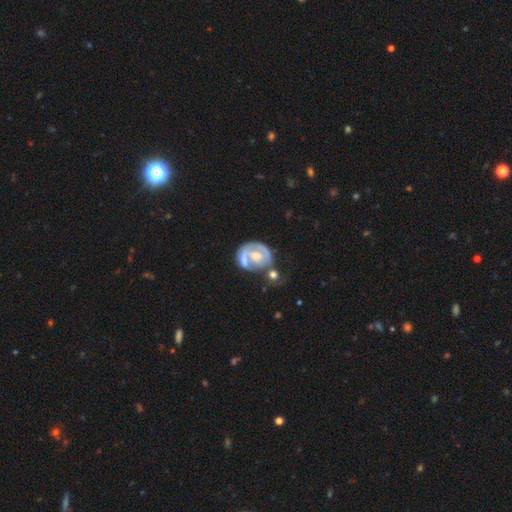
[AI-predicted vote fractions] Morphology: type=featured or disk (69%); edge-on=no (97%); bar=no (58%); spiral arms=yes (61%); bulge=moderate (55%); merging=none (39%).